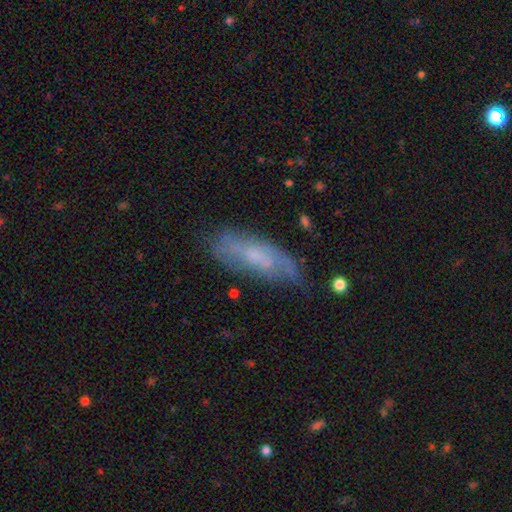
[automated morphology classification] Smooth or featured? featured or disk (50%)
Edge-on disk? no (80%)
Merging? none (58%)